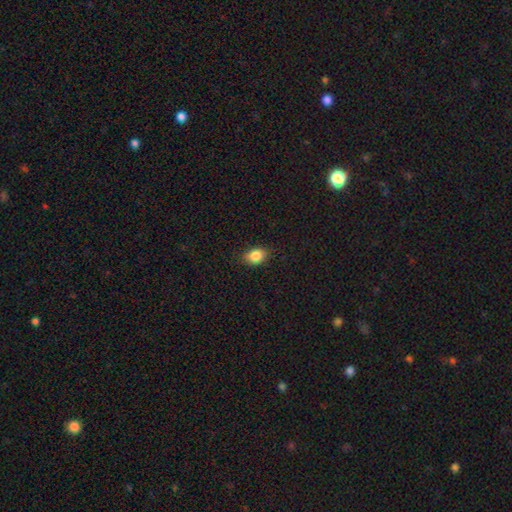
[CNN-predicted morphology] smooth 85%, star or artifact 9%, featured or disk 6%. Down the decision tree: how rounded — in between (68%); merging — none (84%).